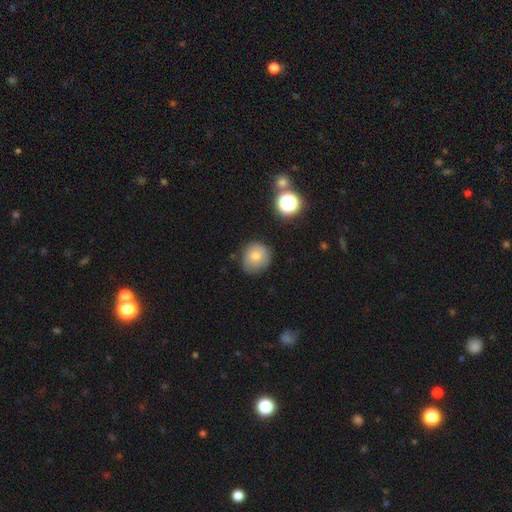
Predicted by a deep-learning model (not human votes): Q: Smooth or featured?
A: smooth (72%); runner-up: featured or disk (16%)
Q: How rounded?
A: round (86%); runner-up: in between (13%)
Q: Merging?
A: none (73%); runner-up: minor disturbance (21%)